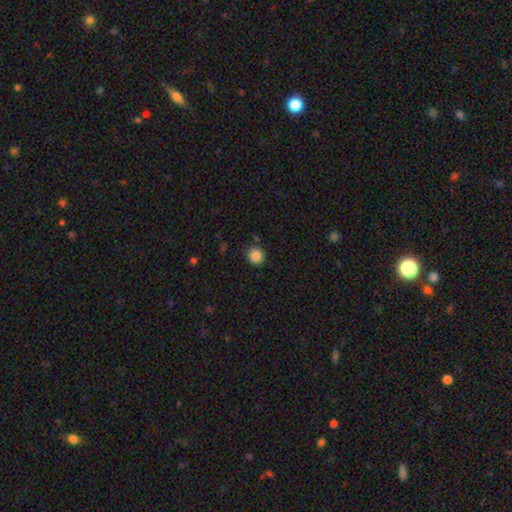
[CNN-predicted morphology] Q: Smooth or featured?
A: smooth (86%); runner-up: star or artifact (10%)
Q: How rounded?
A: round (85%); runner-up: in between (14%)
Q: Merging?
A: none (85%); runner-up: minor disturbance (9%)